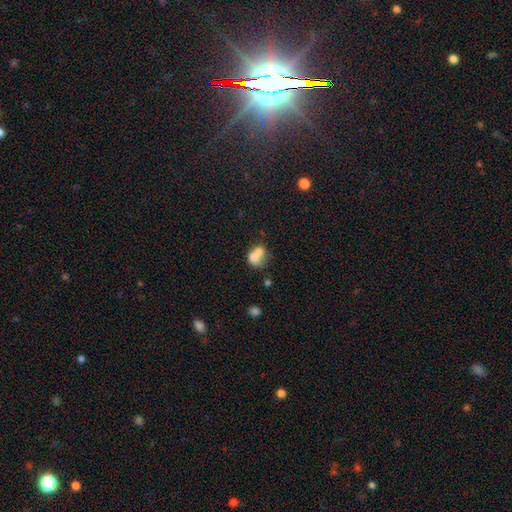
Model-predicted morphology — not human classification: A smooth galaxy with no disk features (69%) that is round (55%).

Vote fractions:
- Smooth or featured? smooth: 69% / featured or disk: 21% / star or artifact: 10%
- How rounded? round: 55% / in between: 44% / cigar-shaped: 1%
- Merging? merger: 66% / none: 22% / minor disturbance: 8% / major disturbance: 5%